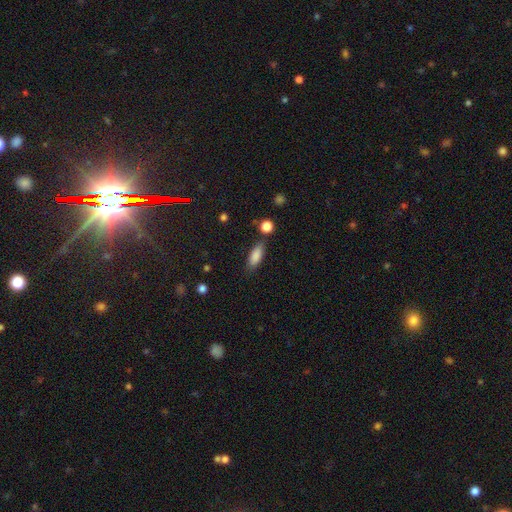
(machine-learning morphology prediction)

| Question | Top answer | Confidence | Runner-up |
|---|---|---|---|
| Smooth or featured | smooth | 85% | featured or disk (8%) |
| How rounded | in between | 72% | cigar-shaped (25%) |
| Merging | none | 77% | minor disturbance (15%) |